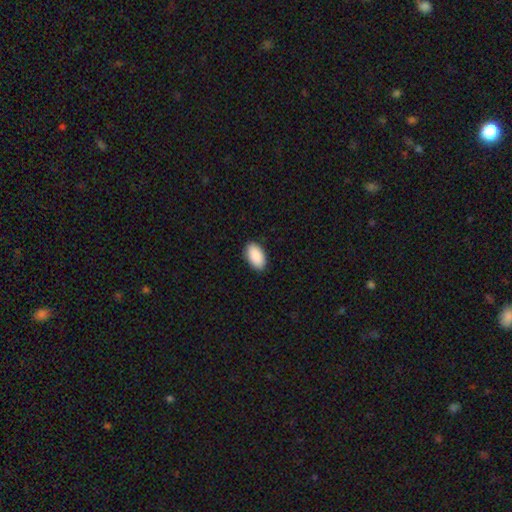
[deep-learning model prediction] Smooth or featured? Predicted: smooth (p=0.91). How rounded? Predicted: in between (p=0.96). Merging? Predicted: none (p=0.89).